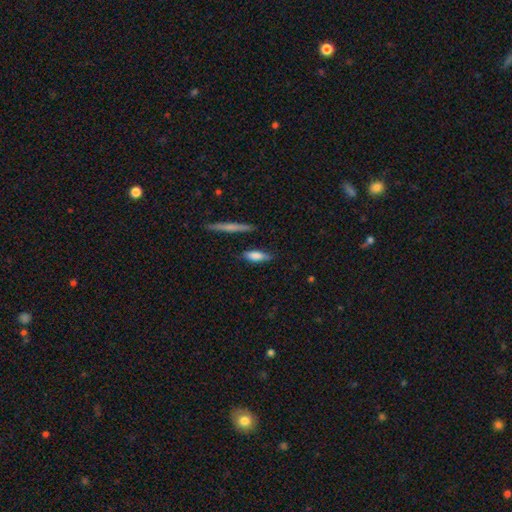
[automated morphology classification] A smooth galaxy with no disk features (77%) that is in between round and cigar-shaped (51%). Merging: none (79%).